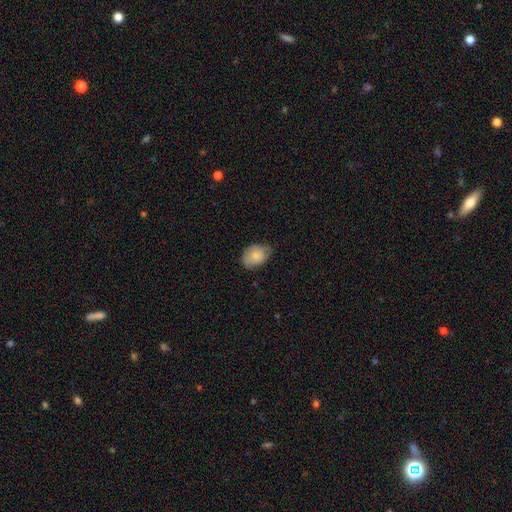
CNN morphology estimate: Smooth or featured: smooth — 80% (featured or disk — 13%)
How rounded: in between — 75% (round — 24%)
Merging: none — 61% (minor disturbance — 32%)